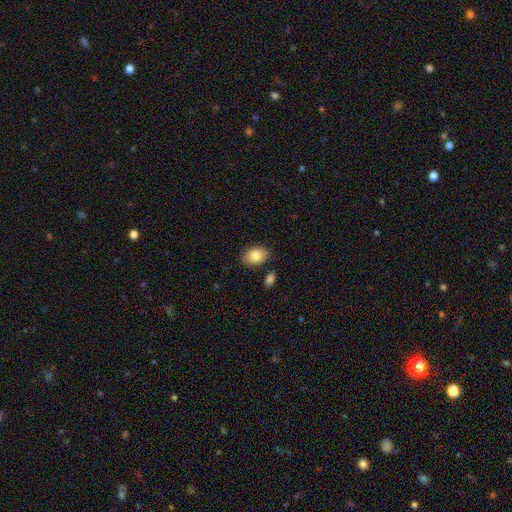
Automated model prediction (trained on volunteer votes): Overall: smooth (82%). How rounded: in between (84%). Merging: none (85%).